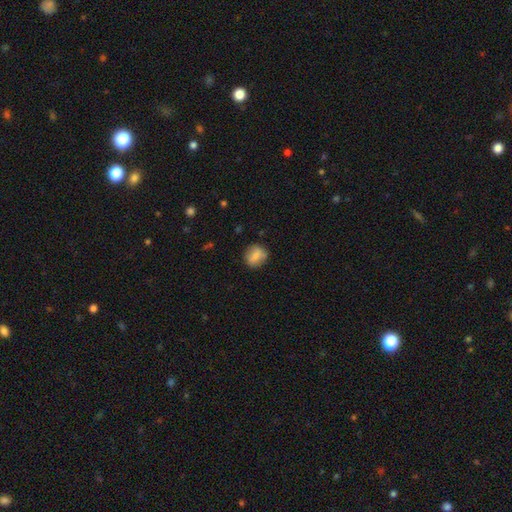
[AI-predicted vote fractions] This appears to be a smooth galaxy with no disk features (79%) that is round (74%). Merging: none (78%).